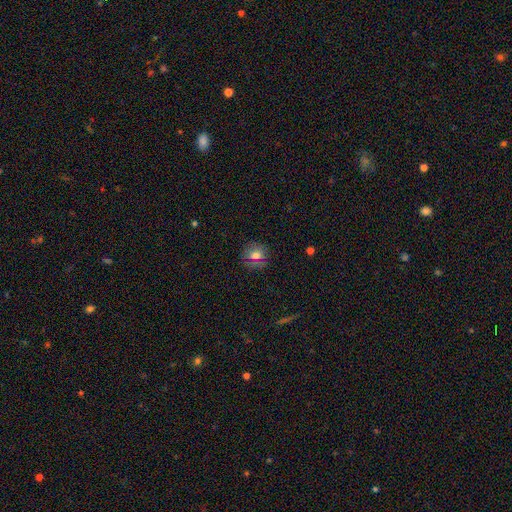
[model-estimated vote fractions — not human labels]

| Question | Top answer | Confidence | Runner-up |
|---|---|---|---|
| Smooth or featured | smooth | 71% | star or artifact (17%) |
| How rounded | round | 85% | in between (13%) |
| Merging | none | 86% | minor disturbance (10%) |